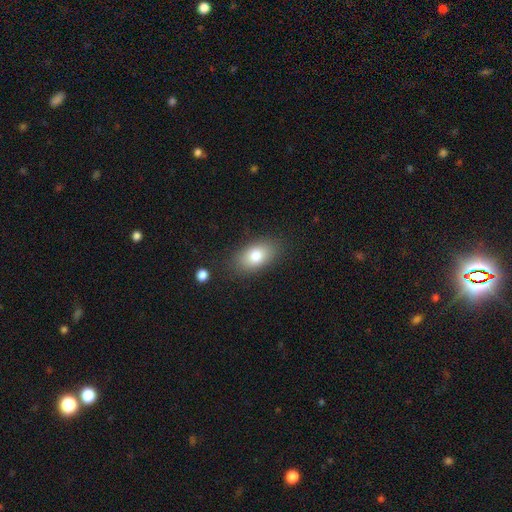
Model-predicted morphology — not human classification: The model was most divided on "smooth or featured": smooth: 77%, featured or disk: 14%, star or artifact: 9%. More confident: how rounded — in between (88%); merging — none (83%).